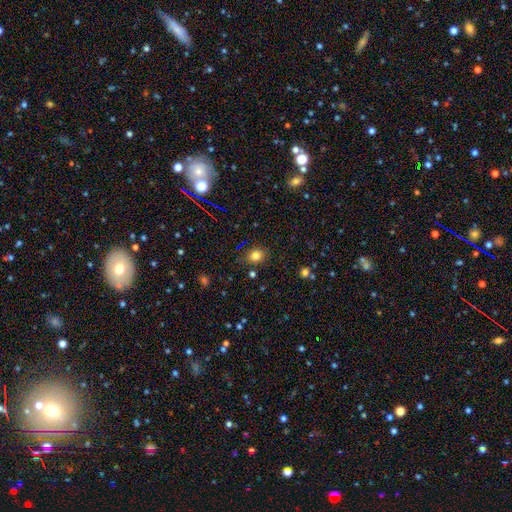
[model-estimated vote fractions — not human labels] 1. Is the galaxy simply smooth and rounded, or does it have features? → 80% smooth, 14% star or artifact, 6% featured or disk.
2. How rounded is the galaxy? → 65% round, 34% in between, 1% cigar-shaped.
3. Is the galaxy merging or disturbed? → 81% none, 13% minor disturbance, 3% major disturbance, 2% merger.